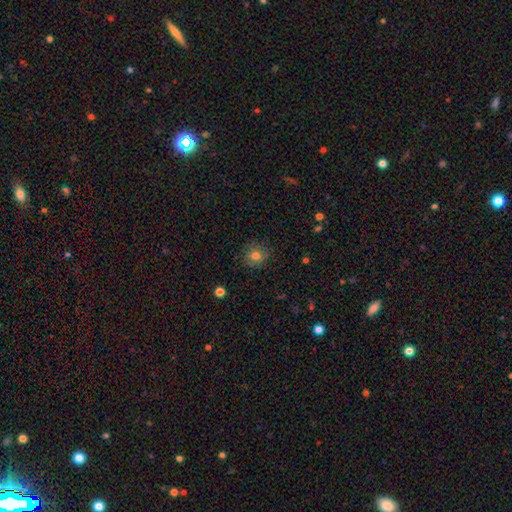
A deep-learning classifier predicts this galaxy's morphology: type=smooth (78%); roundness=round (88%); merging=none (85%).